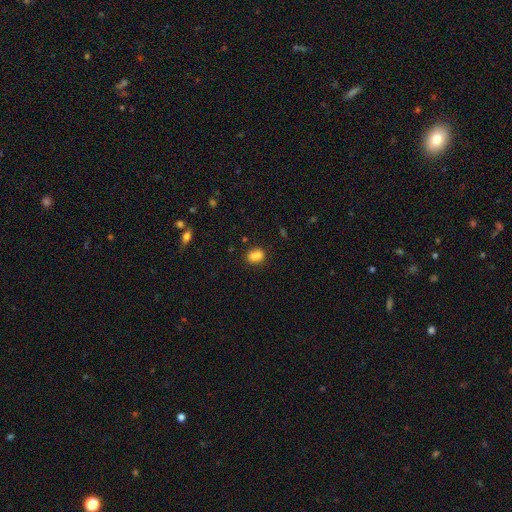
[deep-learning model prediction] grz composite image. It shows a smooth galaxy with no disk features (78%) that is in between round and cigar-shaped (56%). Merging: none (49%).